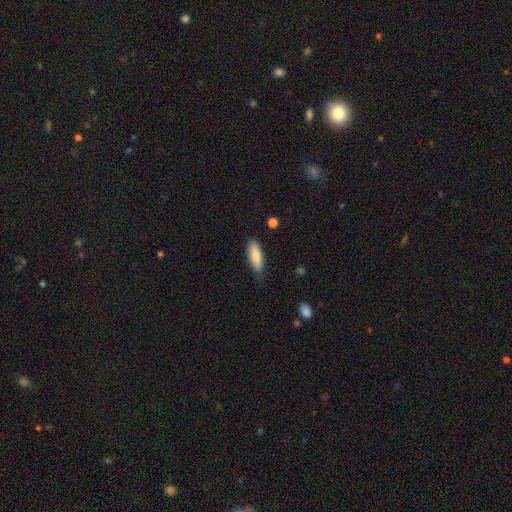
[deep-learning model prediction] smooth_or_featured: smooth (p=0.81) [alt: featured or disk p=0.13]
how_rounded: in between (p=0.51) [alt: cigar-shaped p=0.47]
merging: none (p=0.77) [alt: minor disturbance p=0.18]